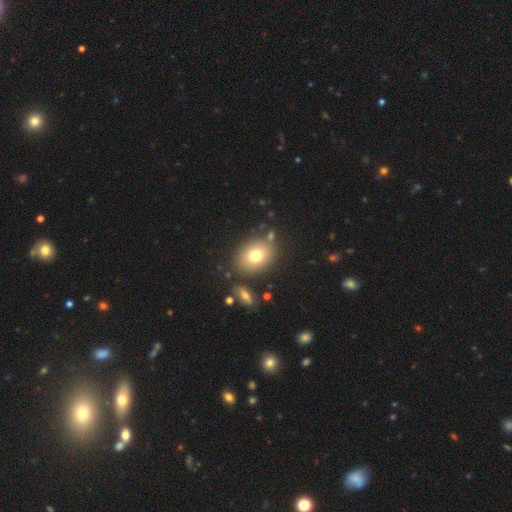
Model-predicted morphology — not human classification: Smooth or featured? smooth (76%)
How rounded? in between (62%)
Merging? none (79%)